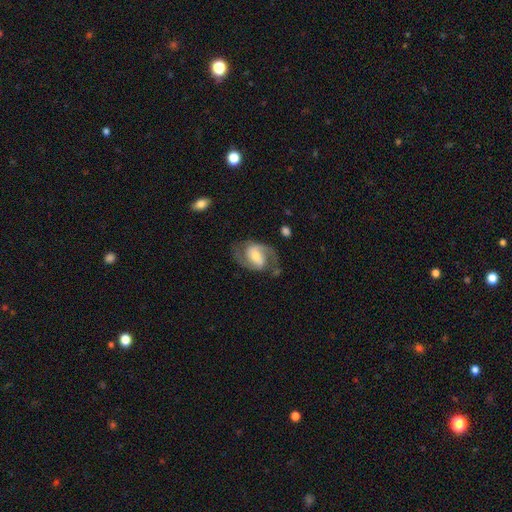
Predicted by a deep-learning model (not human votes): This appears to be a featured or disk galaxy (85%) with a weak bar (45%), 2 (91%) medium (57%) spiral arms (96%) and a moderate central bulge (49%). Merging: none (71%).